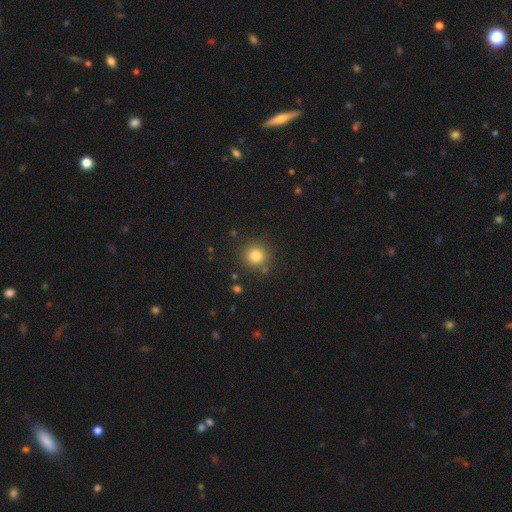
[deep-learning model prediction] The model was most divided on "smooth or featured": smooth: 81%, star or artifact: 13%, featured or disk: 6%. More confident: how rounded — round (93%); merging — none (85%).